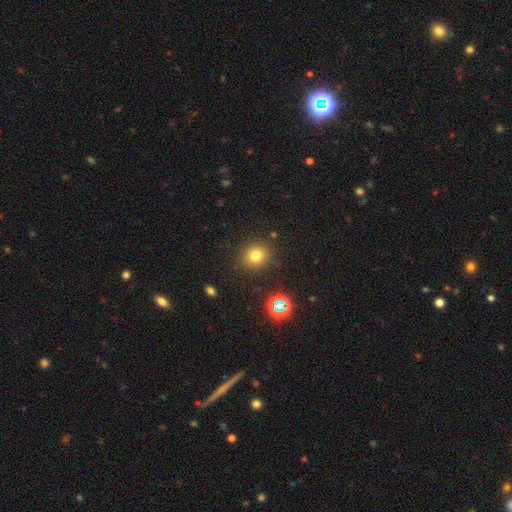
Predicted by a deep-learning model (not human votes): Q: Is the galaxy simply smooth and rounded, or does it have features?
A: smooth — 74%.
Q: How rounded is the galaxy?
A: round — 83%.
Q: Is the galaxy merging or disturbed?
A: none — 87%.